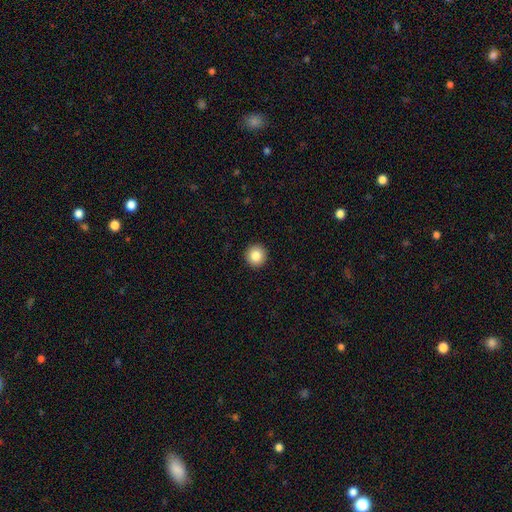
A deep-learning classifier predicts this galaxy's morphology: type=smooth (85%); roundness=round (96%); merging=none (93%).